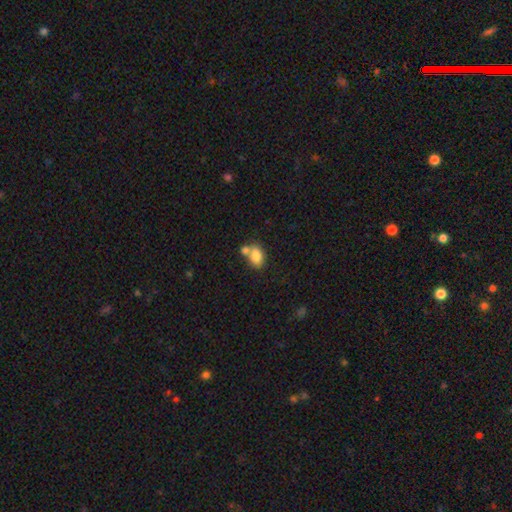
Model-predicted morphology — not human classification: smooth-or-featured: smooth: 82% | featured or disk: 10% | star or artifact: 9%
  how-rounded: in between: 77% | round: 22% | cigar-shaped: 1%
  merging: none: 46% | merger: 39% | minor disturbance: 11% | major disturbance: 4%